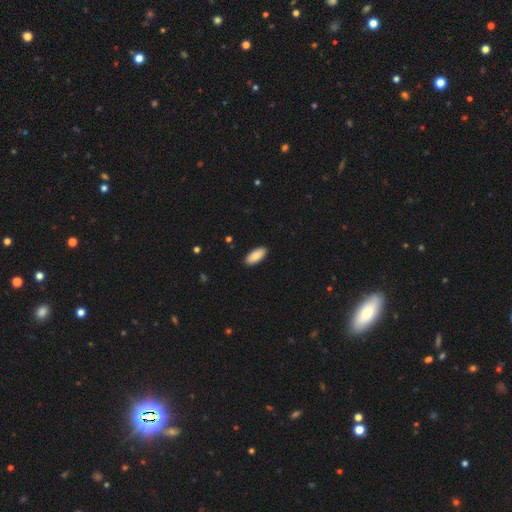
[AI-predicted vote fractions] This appears to be a smooth galaxy with no disk features (89%) that is in between round and cigar-shaped (88%). Merging: none (91%).